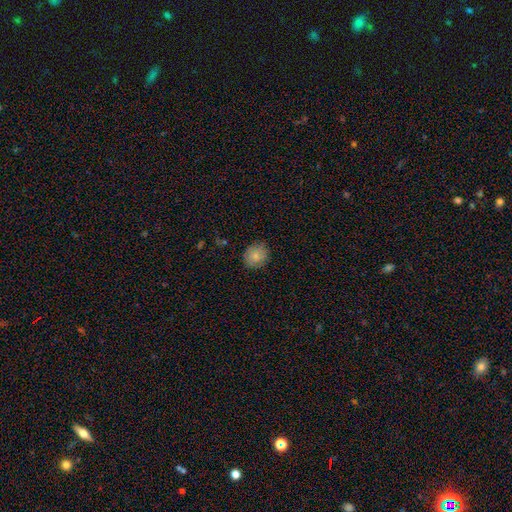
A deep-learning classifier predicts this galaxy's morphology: A smooth galaxy with no disk features (80%) that is round (78%).

Vote fractions:
- Smooth or featured? smooth: 80% / featured or disk: 11% / star or artifact: 9%
- How rounded? round: 78% / in between: 21% / cigar-shaped: 1%
- Merging? none: 83% / minor disturbance: 14% / major disturbance: 3% / merger: 1%